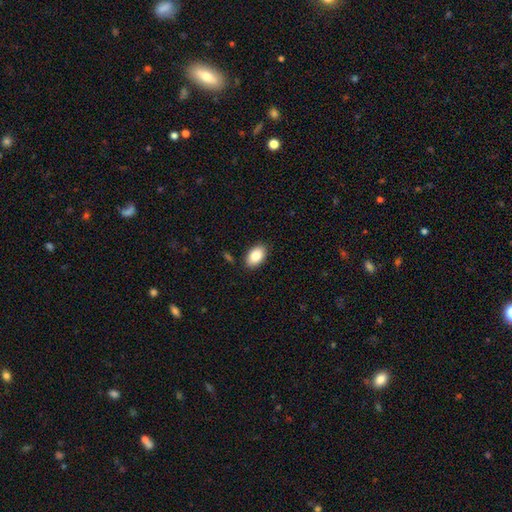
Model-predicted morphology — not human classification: type=smooth (85%); roundness=in between (91%); merging=none (87%).